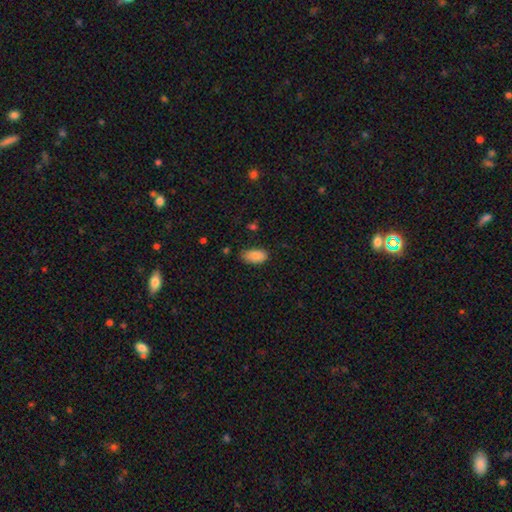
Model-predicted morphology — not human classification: Smooth or featured? Predicted: smooth (p=0.86). How rounded? Predicted: in between (p=0.93). Merging? Predicted: none (p=0.74).